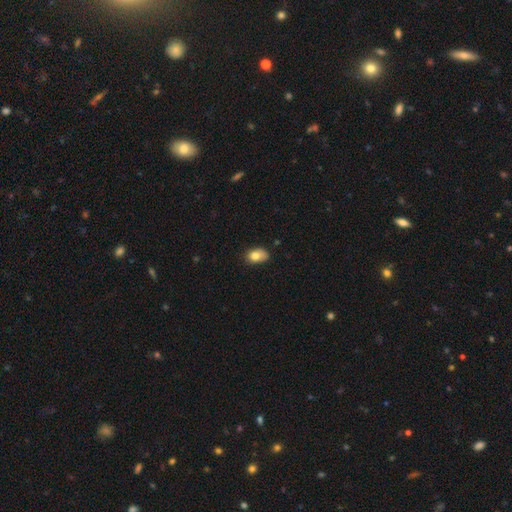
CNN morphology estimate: This appears to be a smooth galaxy with no disk features (80%) that is in between round and cigar-shaped (82%). Merging: none (60%).